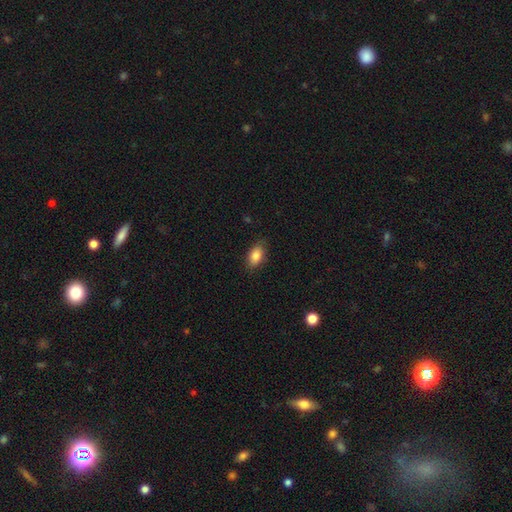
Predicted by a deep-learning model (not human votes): This is clearly a smooth galaxy (85%). How rounded: clearly in between (90%). Merging: clearly none (83%).